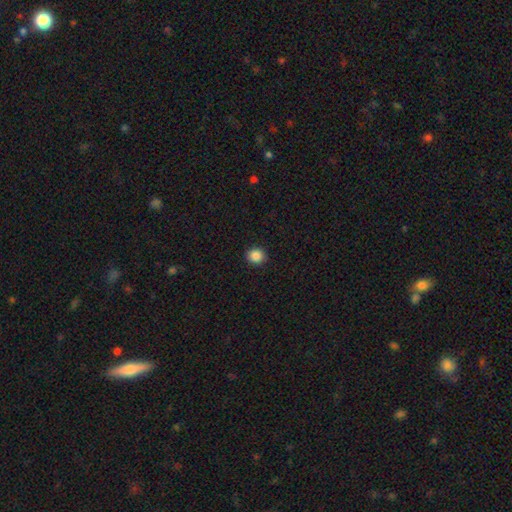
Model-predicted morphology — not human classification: Smooth or featured: smooth — 88% (star or artifact — 10%)
How rounded: round — 81% (in between — 18%)
Merging: none — 92% (minor disturbance — 6%)